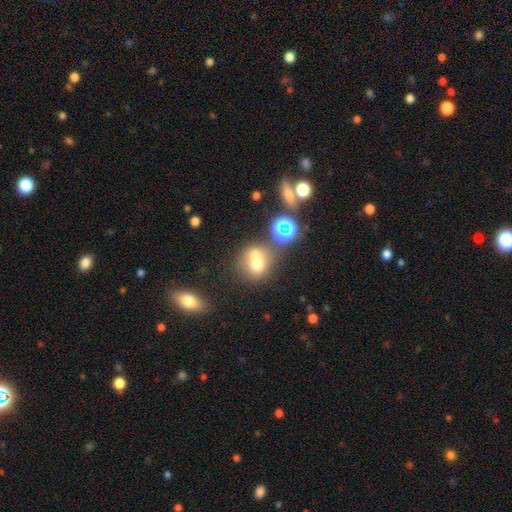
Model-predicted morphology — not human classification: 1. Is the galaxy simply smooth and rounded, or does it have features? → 61% smooth, 21% featured or disk, 18% star or artifact.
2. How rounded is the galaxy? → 70% round, 29% in between, 1% cigar-shaped.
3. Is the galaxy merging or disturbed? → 54% merger, 32% none, 9% minor disturbance, 6% major disturbance.